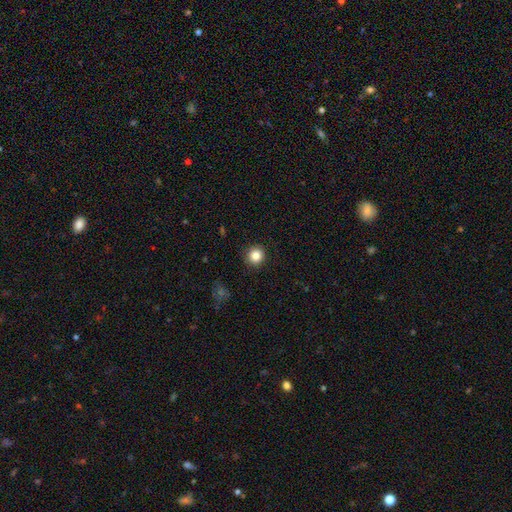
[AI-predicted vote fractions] A smooth galaxy with no disk features (84%) that is round (94%).

Vote fractions:
- Smooth or featured? smooth: 84% / star or artifact: 11% / featured or disk: 5%
- How rounded? round: 94% / in between: 5% / cigar-shaped: 1%
- Merging? none: 91% / minor disturbance: 6% / major disturbance: 2% / merger: 1%